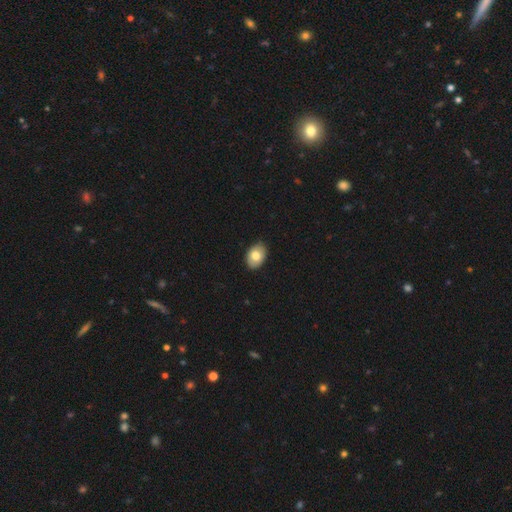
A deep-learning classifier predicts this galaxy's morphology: Smooth or featured?
  - smooth: 76% *
  - featured or disk: 17%
  - star or artifact: 7%
How rounded?
  - in between: 83% *
  - round: 16%
  - cigar-shaped: 1%
Merging?
  - none: 87% *
  - minor disturbance: 11%
  - major disturbance: 2%
  - merger: 1%